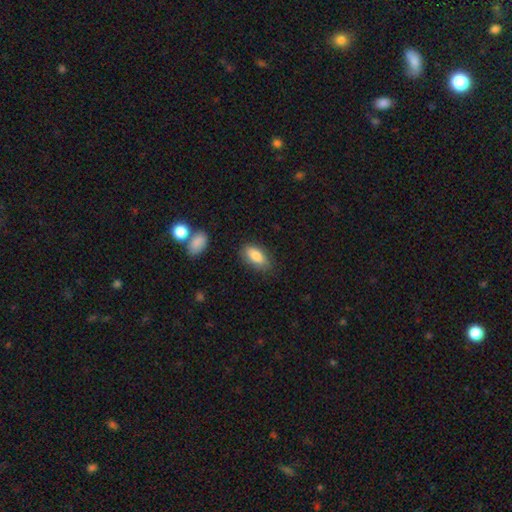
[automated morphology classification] Overall: smooth (83%). How rounded: in between (87%). Merging: none (81%).